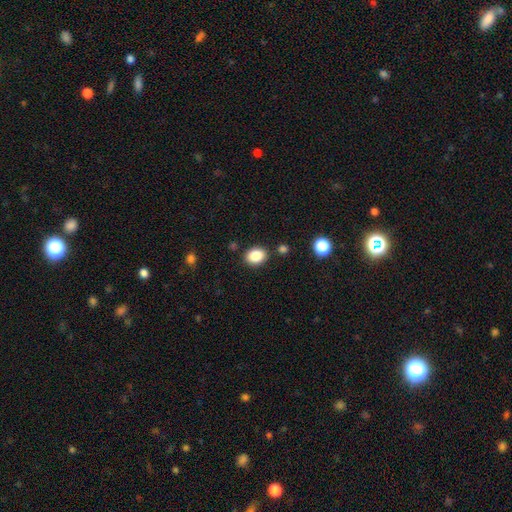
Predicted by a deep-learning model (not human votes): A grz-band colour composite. It shows a smooth galaxy with no disk features (87%) that is in between round and cigar-shaped (61%). Merging: none (85%).